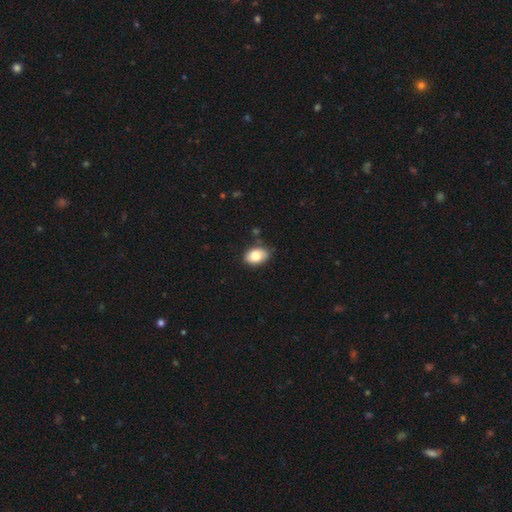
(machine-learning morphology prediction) smooth 82%, featured or disk 11%, star or artifact 8%. Down the decision tree: how rounded — in between (84%); merging — none (75%).